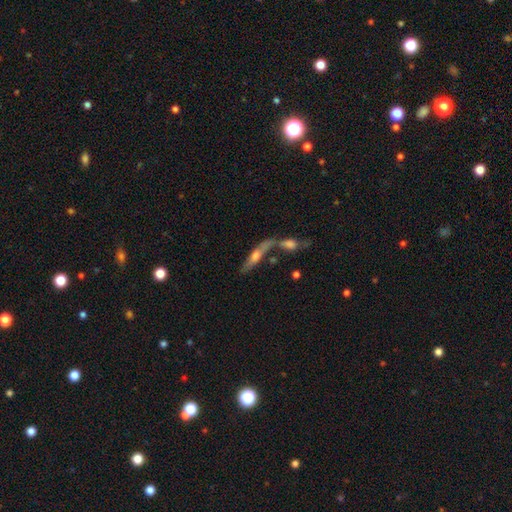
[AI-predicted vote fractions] This appears to be a featured or disk galaxy (61%) viewed edge-on (80%). Merging: merger (45%).